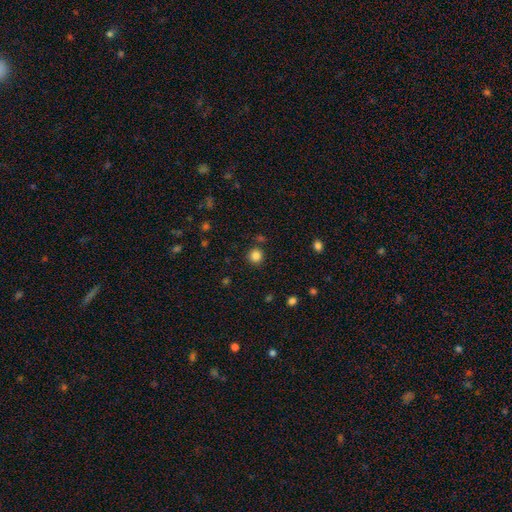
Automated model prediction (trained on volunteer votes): smooth 84%, star or artifact 12%, featured or disk 4%. Down the decision tree: how rounded — round (93%); merging — none (87%).